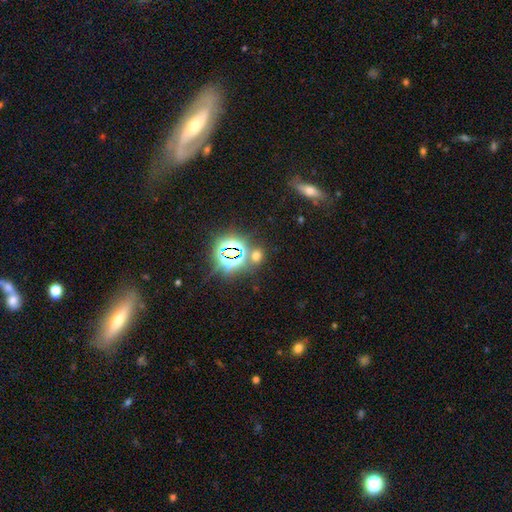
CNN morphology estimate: smooth_or_featured: star or artifact (p=0.53) [alt: smooth p=0.40]